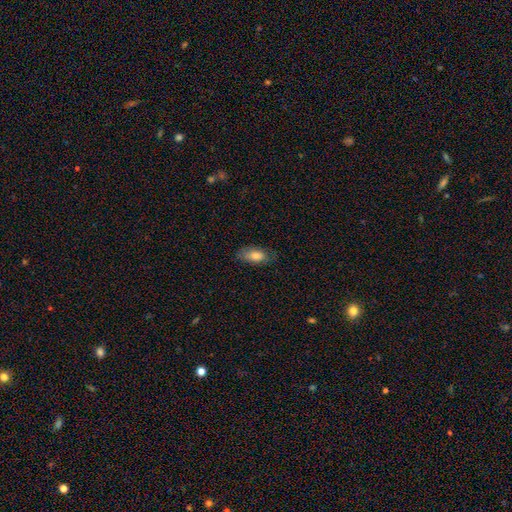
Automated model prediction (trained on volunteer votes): Morphology: type=smooth (79%); roundness=in between (88%); merging=none (75%).